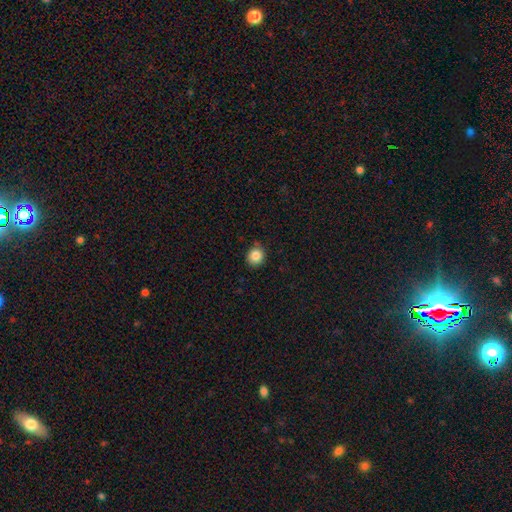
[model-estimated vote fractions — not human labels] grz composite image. It shows a smooth galaxy with no disk features (84%) that is round (85%). Merging: none (81%).